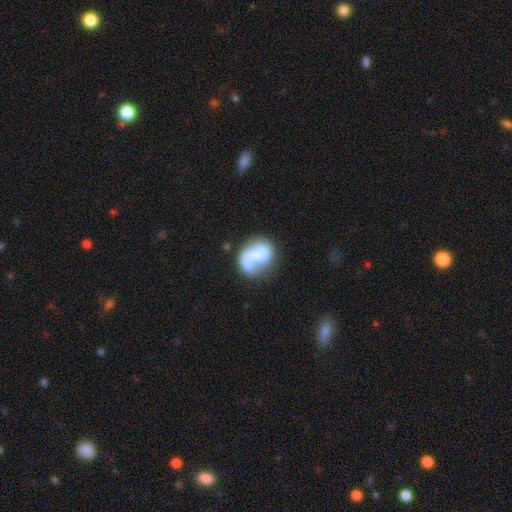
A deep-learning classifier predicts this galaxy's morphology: smooth-or-featured: featured or disk: 58% | smooth: 34% | star or artifact: 8%
  disk-edge-on: no: 98% | yes: 2%
    bar: no: 61% | weak: 28% | strong: 11%
    has-spiral-arms: yes: 77% | no: 23%
    bulge-size: none: 46% | small: 29% | moderate: 15% | large: 6% | dominant: 3%
  merging: none: 44% | major disturbance: 25% | minor disturbance: 21% | merger: 10%